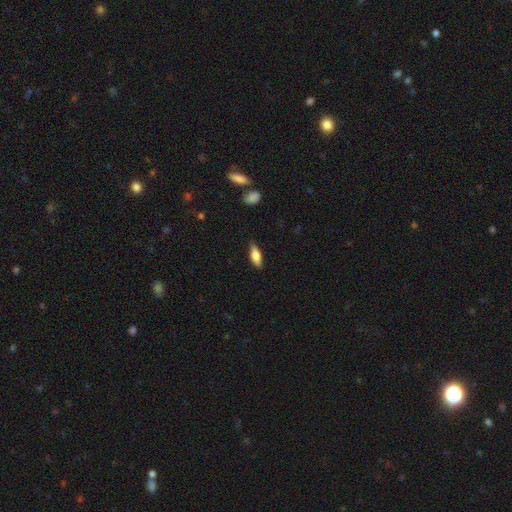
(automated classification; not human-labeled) Morphology: type=smooth (62%); roundness=in between (63%); merging=none (82%).